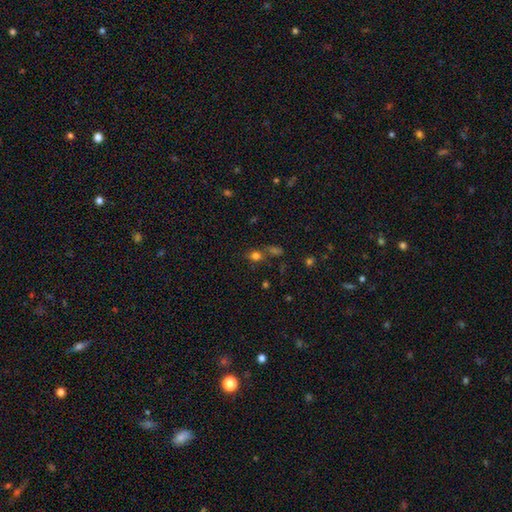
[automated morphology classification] Smooth or featured? smooth (69%)
How rounded? round (65%)
Merging? none (58%)